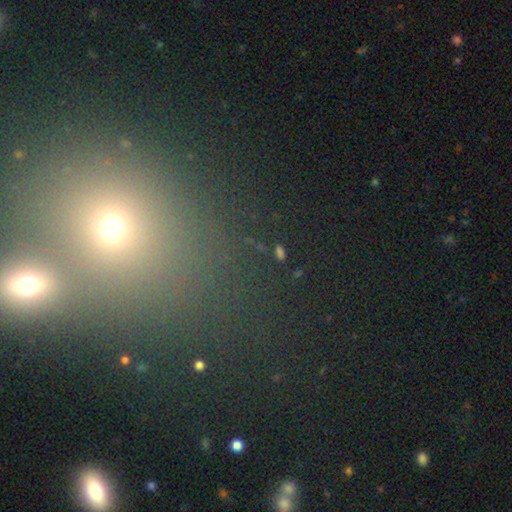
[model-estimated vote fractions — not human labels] smooth_or_featured: star or artifact (p=0.46) [alt: smooth p=0.44]